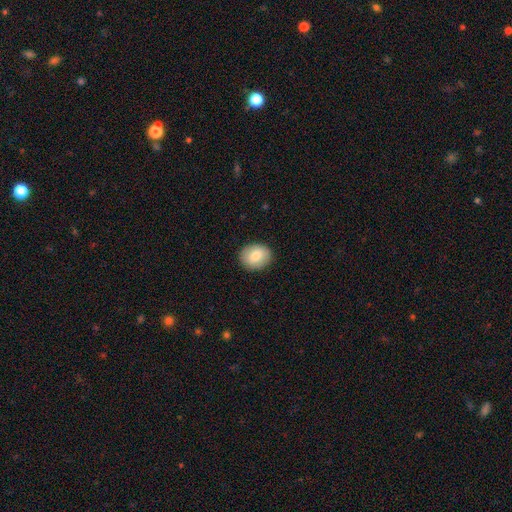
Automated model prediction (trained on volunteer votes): A smooth galaxy with no disk features (80%) that is round (61%).

Vote fractions:
- Smooth or featured? smooth: 80% / featured or disk: 13% / star or artifact: 7%
- How rounded? round: 61% / in between: 38% / cigar-shaped: 1%
- Merging? none: 89% / minor disturbance: 8% / major disturbance: 2% / merger: 1%